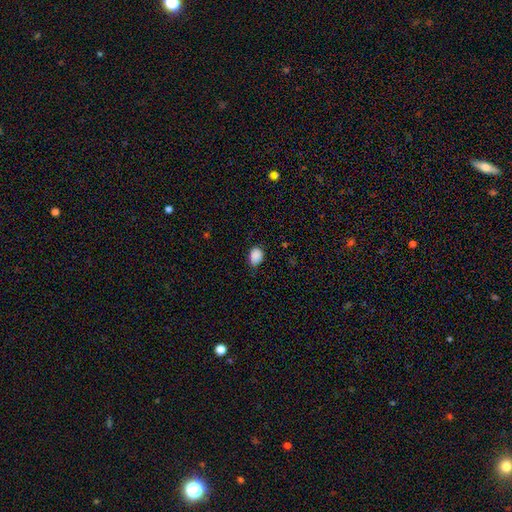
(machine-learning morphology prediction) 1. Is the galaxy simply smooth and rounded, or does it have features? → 89% smooth, 8% star or artifact, 3% featured or disk.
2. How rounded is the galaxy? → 69% in between, 30% round, 1% cigar-shaped.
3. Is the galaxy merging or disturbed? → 72% none, 23% minor disturbance, 4% major disturbance, 1% merger.